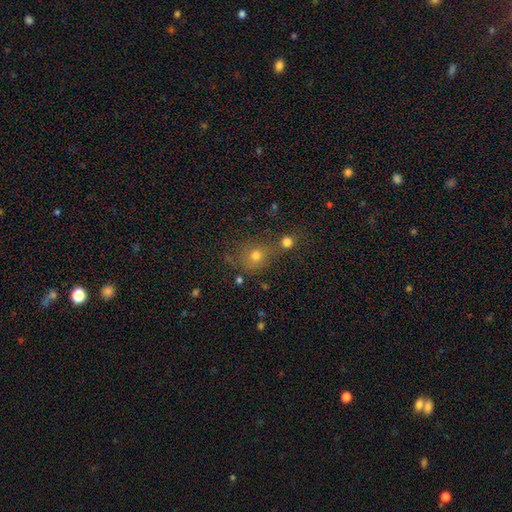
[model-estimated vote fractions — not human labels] This is likely a smooth galaxy (66%). How rounded: likely round (76%). Merging: possibly none (51%).